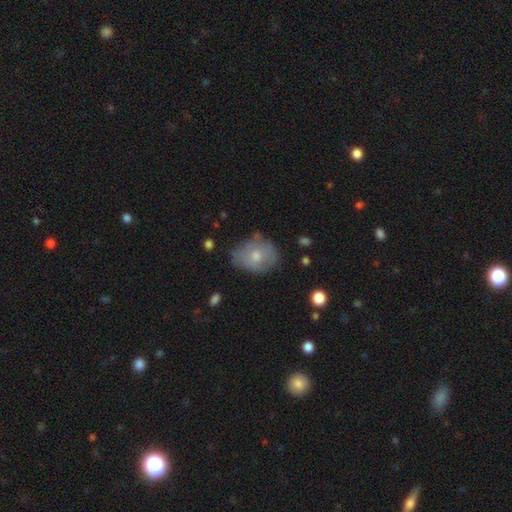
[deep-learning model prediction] Smooth or featured: smooth — 64% (featured or disk — 28%)
How rounded: in between — 51% (round — 48%)
Merging: none — 56% (minor disturbance — 31%)